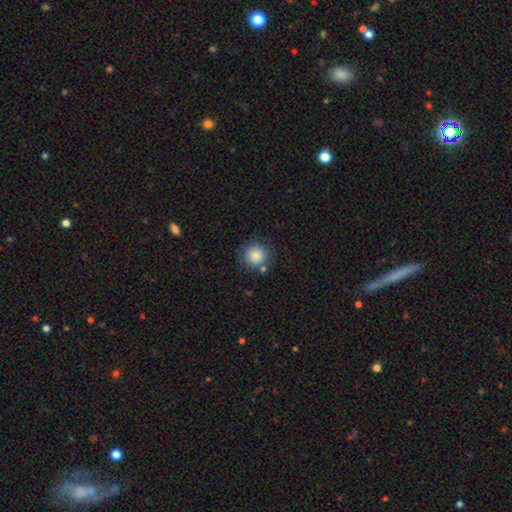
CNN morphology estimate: smooth 82%, star or artifact 9%, featured or disk 8%. Down the decision tree: how rounded — round (93%); merging — none (77%).